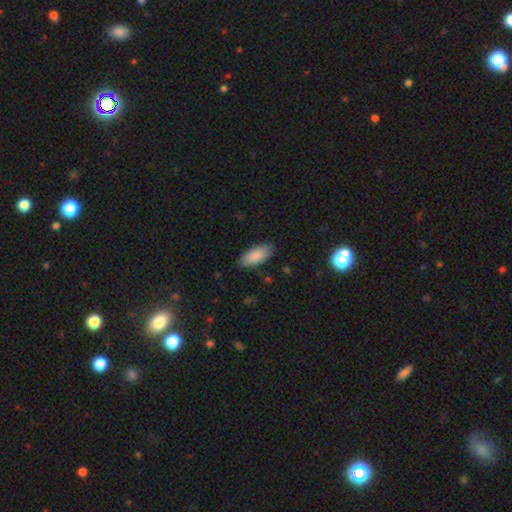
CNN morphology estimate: Smooth or featured?
  - smooth: 88% *
  - featured or disk: 6%
  - star or artifact: 6%
How rounded?
  - in between: 88% *
  - cigar-shaped: 10%
  - round: 2%
Merging?
  - none: 85% *
  - minor disturbance: 12%
  - major disturbance: 2%
  - merger: 1%